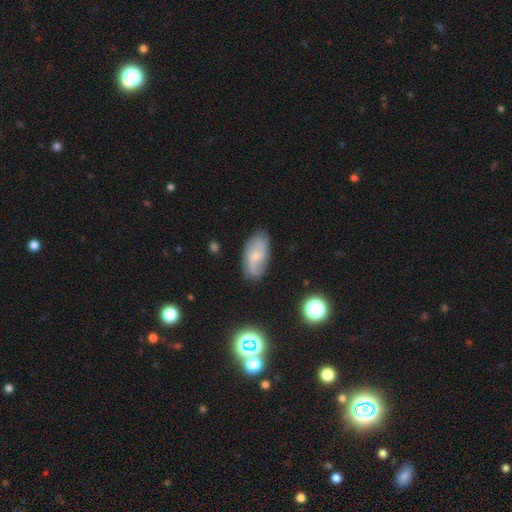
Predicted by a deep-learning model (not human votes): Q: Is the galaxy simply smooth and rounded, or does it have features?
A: smooth — 47%.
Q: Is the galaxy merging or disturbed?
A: none — 72%.